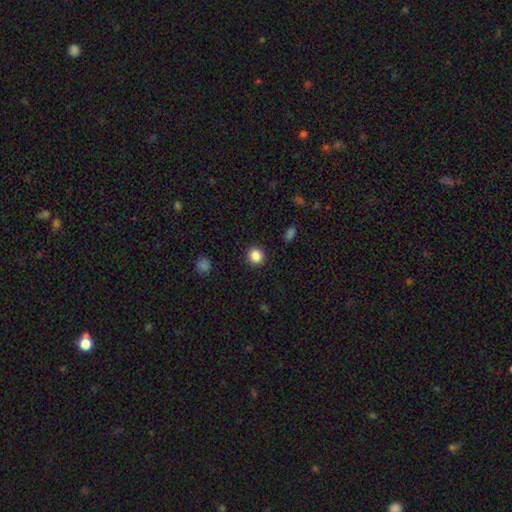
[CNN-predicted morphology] This is clearly a smooth galaxy (87%). How rounded: clearly round (93%). Merging: clearly none (91%).